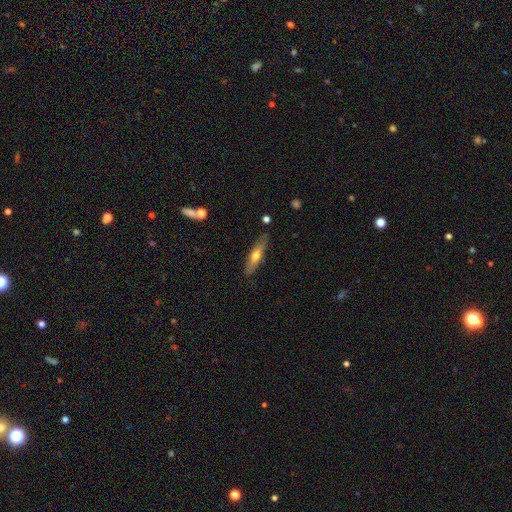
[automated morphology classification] Smooth or featured? smooth (52%)
How rounded? cigar-shaped (69%)
Merging? none (82%)